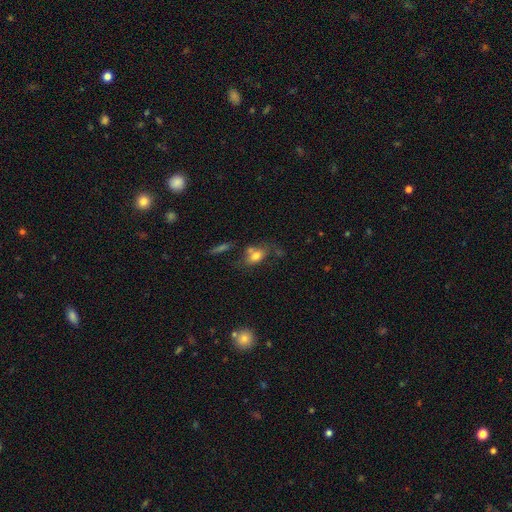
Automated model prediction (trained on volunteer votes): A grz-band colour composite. It shows a smooth galaxy with no disk features (73%) that is in between round and cigar-shaped (82%). Merging: none (49%).